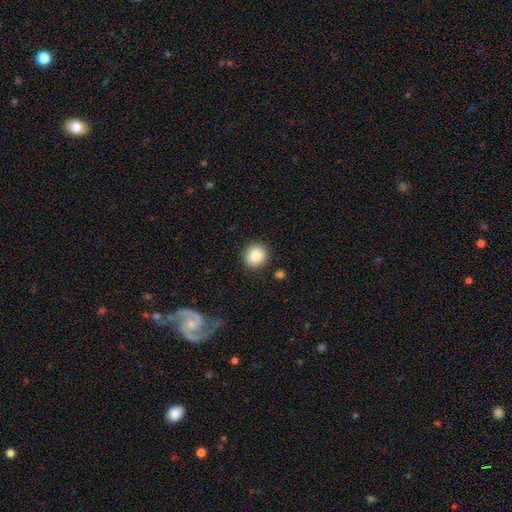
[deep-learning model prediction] This is clearly a smooth galaxy (85%). How rounded: clearly round (89%). Merging: clearly none (89%).